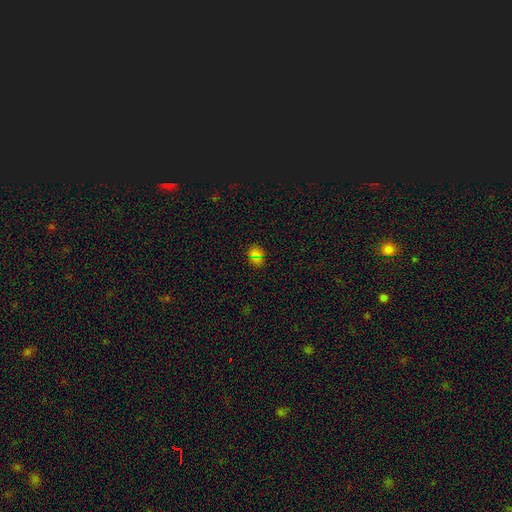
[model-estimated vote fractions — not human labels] The model was most divided on "smooth or featured": smooth: 67%, star or artifact: 27%, featured or disk: 6%. More confident: merging — none (87%); how rounded — round (72%).